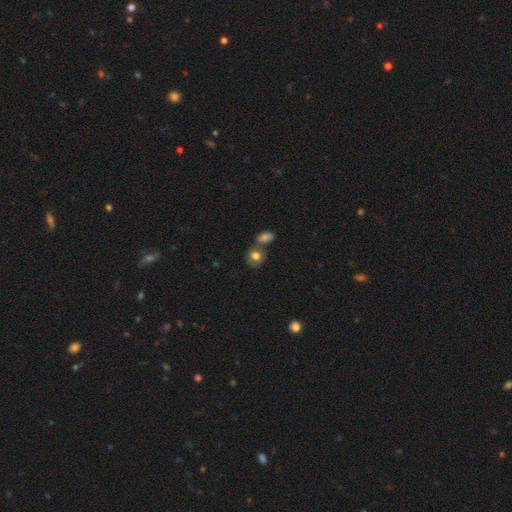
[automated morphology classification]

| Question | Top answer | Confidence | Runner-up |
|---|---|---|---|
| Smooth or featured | smooth | 79% | featured or disk (11%) |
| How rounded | round | 68% | in between (30%) |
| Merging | none | 52% | merger (30%) |